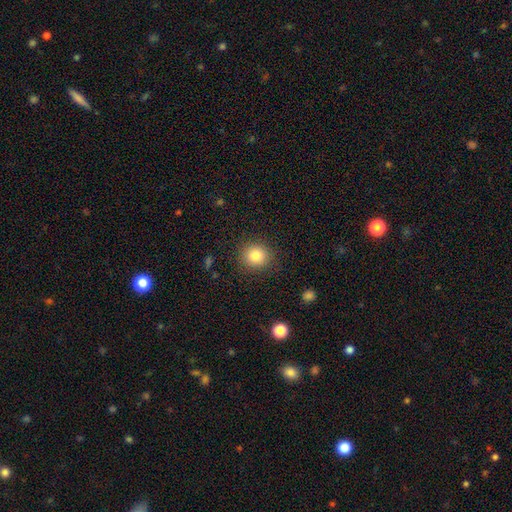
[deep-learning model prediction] The model was most divided on "smooth or featured": smooth: 83%, star or artifact: 11%, featured or disk: 6%. More confident: merging — none (89%); how rounded — round (89%).